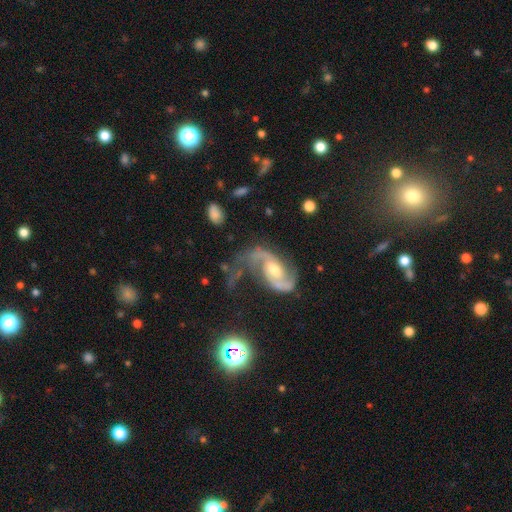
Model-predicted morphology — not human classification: Smooth or featured: featured or disk — 85% (star or artifact — 8%)
Edge-on disk: no — 96% (yes — 4%)
Bar: no — 52% (weak — 34%)
Spiral arms: yes — 93% (no — 7%)
Spiral winding: loose — 55% (medium — 33%)
Spiral arm count: 2 — 66% (1 — 24%)
Bulge size: moderate — 56% (small — 35%)
Merging: none — 43% (major disturbance — 33%)